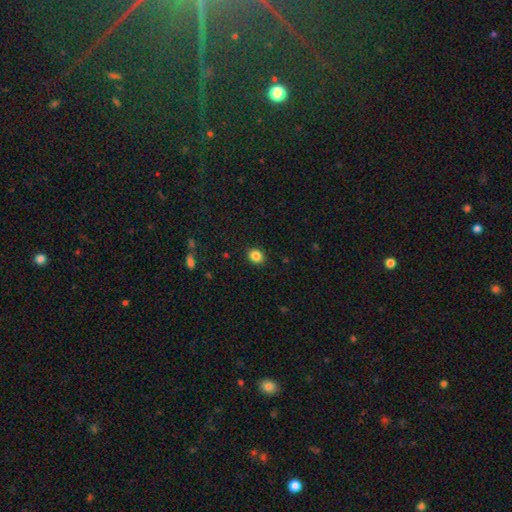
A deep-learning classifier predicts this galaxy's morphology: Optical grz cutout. It shows a smooth galaxy with no disk features (85%) that is round (56%). Merging: none (90%).